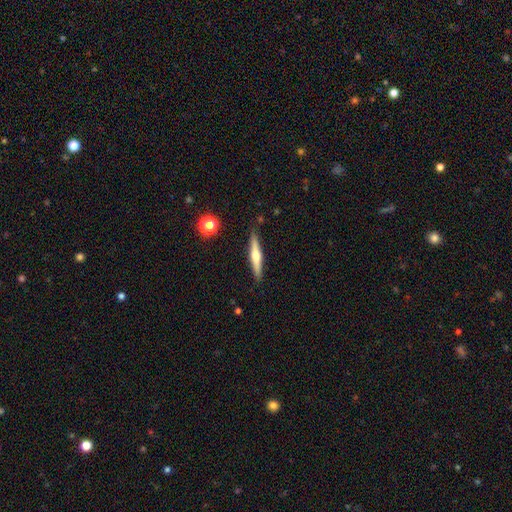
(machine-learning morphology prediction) The model was most divided on "smooth or featured": featured or disk: 60%, smooth: 34%, star or artifact: 6%. More confident: edge-on disk — yes (97%); merging — none (89%); edge-on bulge — rounded (88%).